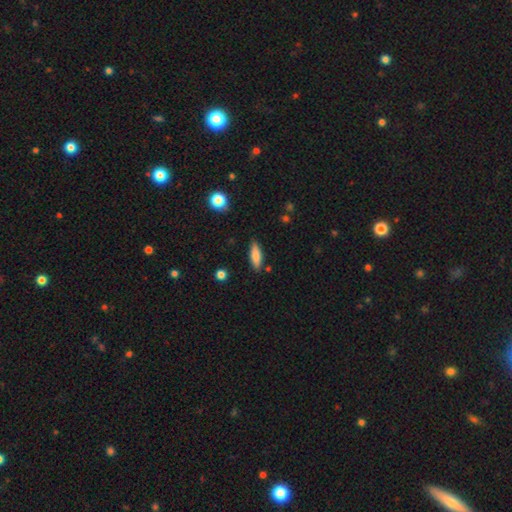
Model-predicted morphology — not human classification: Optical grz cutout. It shows a smooth galaxy with no disk features (81%) that is in between round and cigar-shaped (54%). Merging: none (84%).